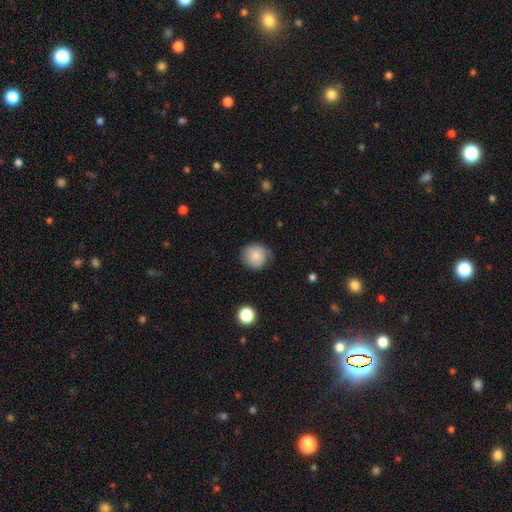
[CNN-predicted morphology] This is clearly a smooth galaxy (81%). How rounded: clearly round (85%). Merging: likely none (63%).